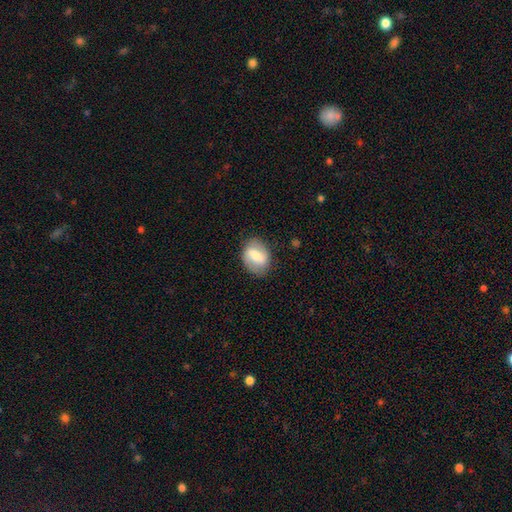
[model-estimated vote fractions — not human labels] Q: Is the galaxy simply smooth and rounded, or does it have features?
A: smooth — 54%.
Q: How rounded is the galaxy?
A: in between — 72%.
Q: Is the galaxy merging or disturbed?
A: none — 80%.